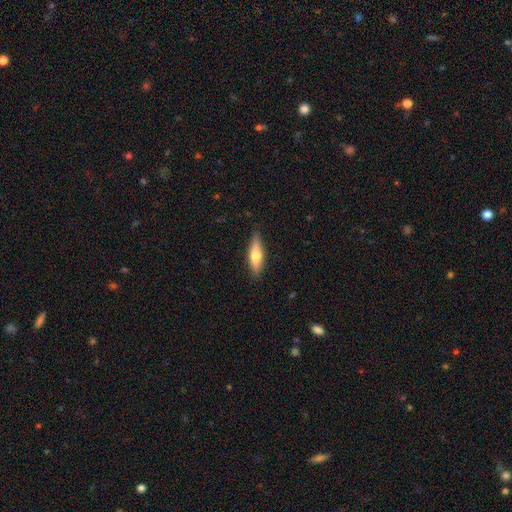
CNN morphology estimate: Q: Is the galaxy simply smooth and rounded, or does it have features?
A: smooth — 55%.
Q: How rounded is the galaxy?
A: cigar-shaped — 61%.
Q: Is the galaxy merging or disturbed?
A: none — 87%.